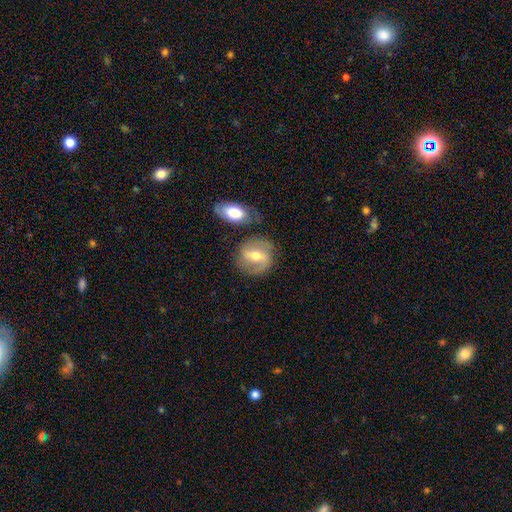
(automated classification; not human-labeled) This appears to be a featured or disk galaxy (69%) with a weak bar (43%), 2 (87%) medium (46%) spiral arms (86%) and a moderate central bulge (69%). Merging: none (72%).